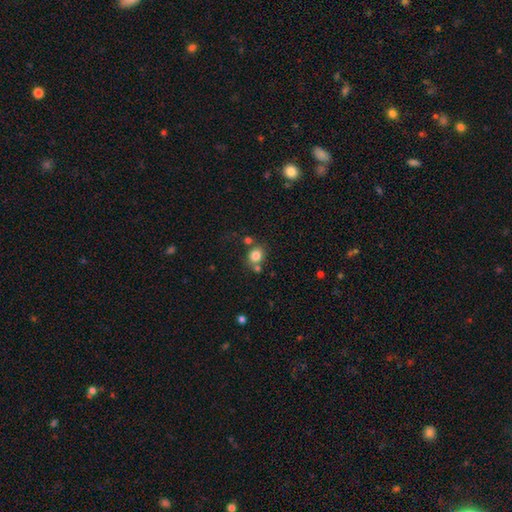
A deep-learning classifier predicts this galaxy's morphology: A smooth galaxy with no disk features (82%) that is round (69%).

Vote fractions:
- Smooth or featured? smooth: 82% / star or artifact: 11% / featured or disk: 7%
- How rounded? round: 69% / in between: 30% / cigar-shaped: 1%
- Merging? none: 65% / merger: 18% / minor disturbance: 12% / major disturbance: 5%